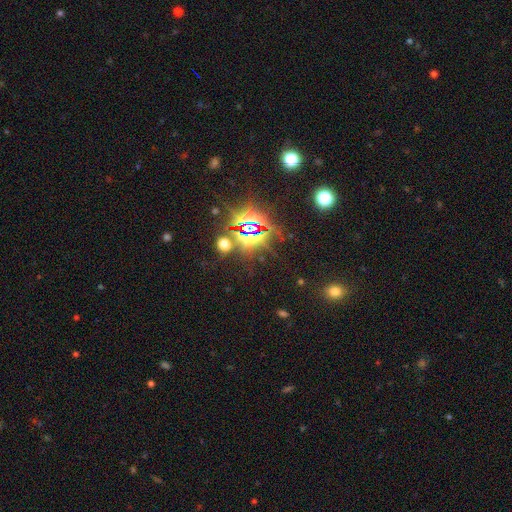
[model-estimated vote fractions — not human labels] This is likely a star or artifact rather than a galaxy (79%).